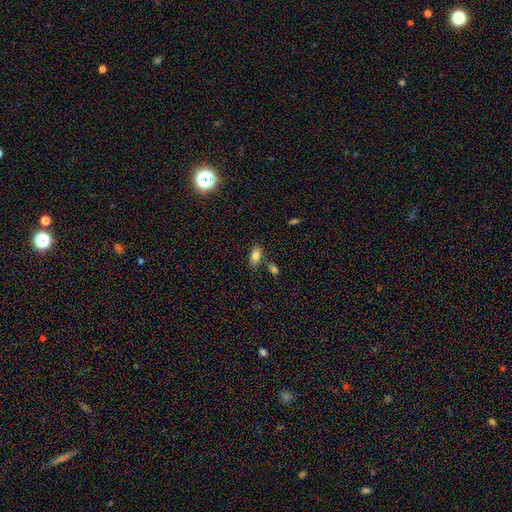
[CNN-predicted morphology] Smooth or featured?
  - smooth: 81% *
  - featured or disk: 10%
  - star or artifact: 10%
How rounded?
  - in between: 88% *
  - round: 8%
  - cigar-shaped: 4%
Merging?
  - none: 69% *
  - minor disturbance: 15%
  - merger: 13%
  - major disturbance: 4%